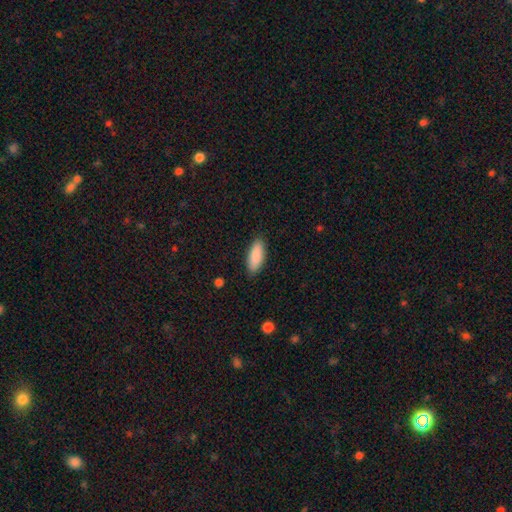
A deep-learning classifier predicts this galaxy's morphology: Overall: smooth (89%). How rounded: in between (69%). Merging: none (88%).